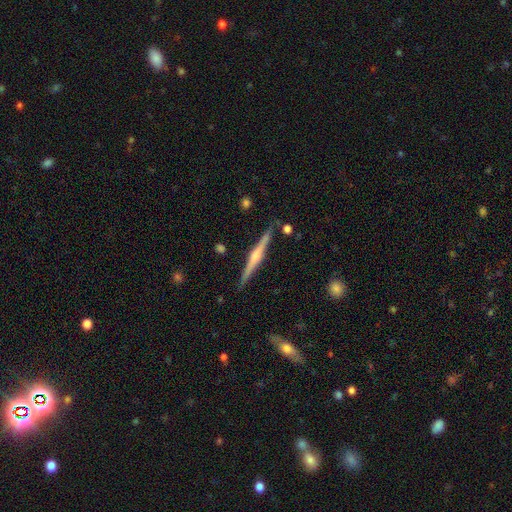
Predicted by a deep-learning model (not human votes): Smooth or featured?
  - featured or disk: 80% *
  - smooth: 14%
  - star or artifact: 5%
Edge-on disk?
  - yes: 98% *
  - no: 2%
Edge-on bulge?
  - rounded: 86% *
  - boxy: 8%
  - none: 6%
Merging?
  - none: 90% *
  - minor disturbance: 7%
  - merger: 2%
  - major disturbance: 1%